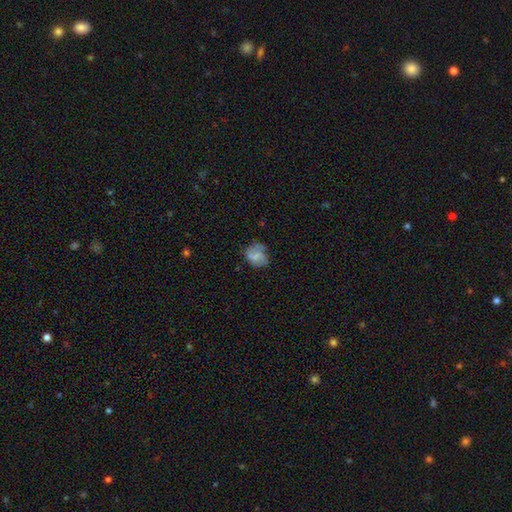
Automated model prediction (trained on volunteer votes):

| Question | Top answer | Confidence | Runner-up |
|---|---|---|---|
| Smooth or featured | featured or disk | 45% | tied: smooth (45%) |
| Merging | none | 59% | minor disturbance (25%) |